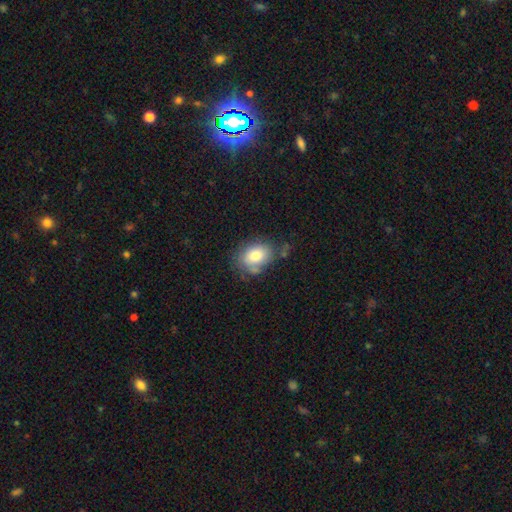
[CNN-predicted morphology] A smooth galaxy with no disk features (79%) that is in between round and cigar-shaped (75%). Merging: none (62%).